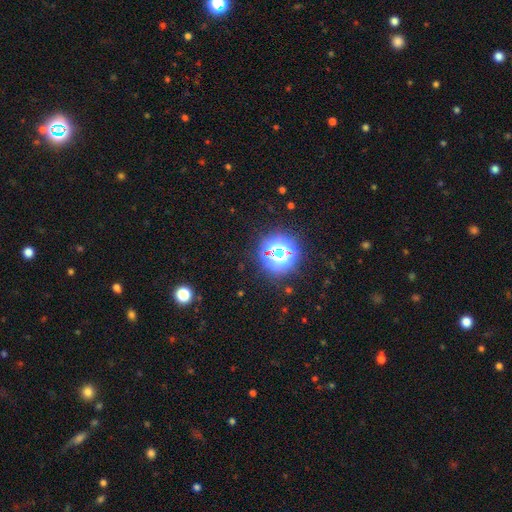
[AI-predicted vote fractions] Smooth or featured? star or artifact (83%)